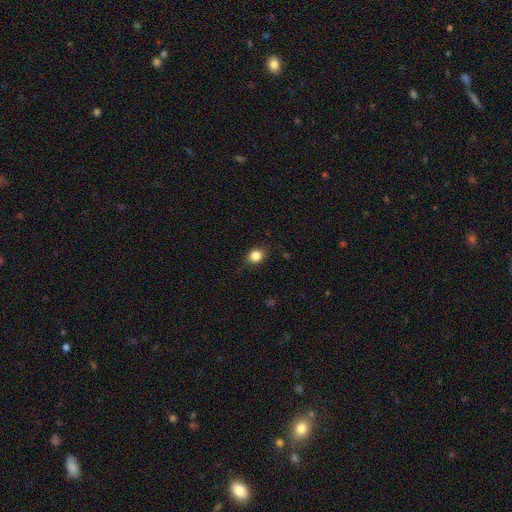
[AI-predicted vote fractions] The model was most divided on "how rounded": round: 68%, in between: 31%, cigar-shaped: 1%. More confident: smooth or featured — smooth (84%); merging — none (84%).